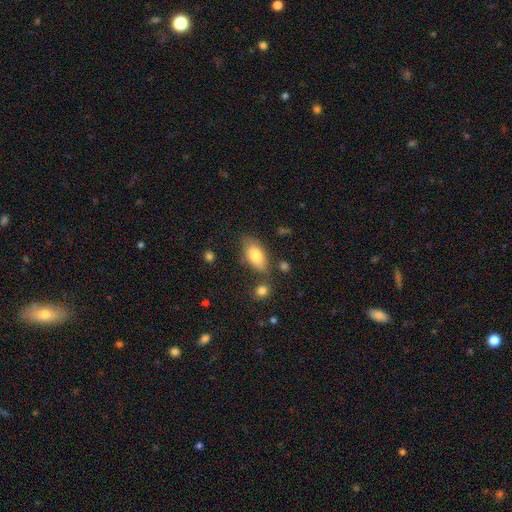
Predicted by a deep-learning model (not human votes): Smooth or featured?
  - smooth: 79% *
  - featured or disk: 14%
  - star or artifact: 7%
How rounded?
  - in between: 89% *
  - cigar-shaped: 7%
  - round: 4%
Merging?
  - none: 69% *
  - minor disturbance: 18%
  - merger: 8%
  - major disturbance: 5%